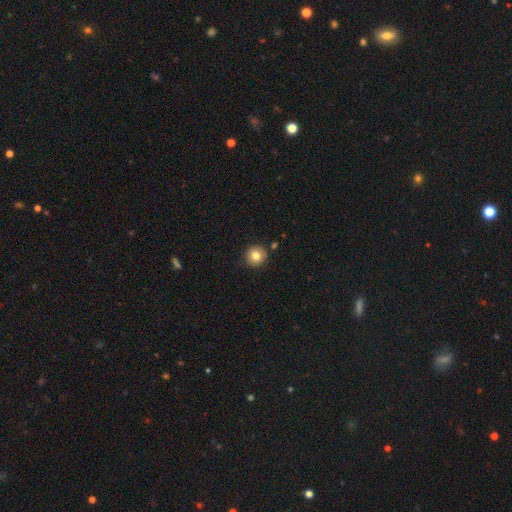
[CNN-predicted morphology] Smooth or featured: smooth — 81% (star or artifact — 10%)
How rounded: round — 93% (in between — 6%)
Merging: none — 88% (minor disturbance — 8%)